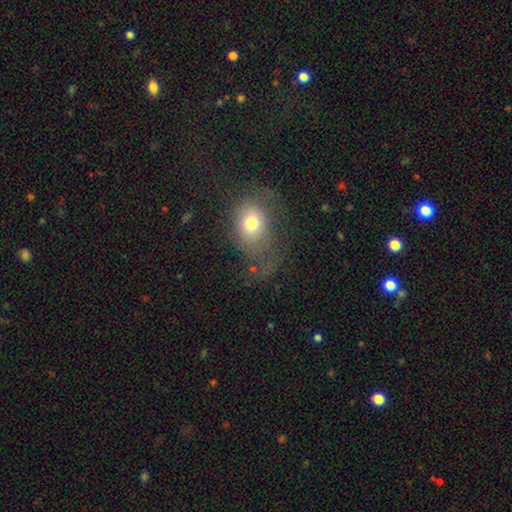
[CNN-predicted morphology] Smooth or featured? smooth (58%)
How rounded? in between (51%)
Merging? none (46%)